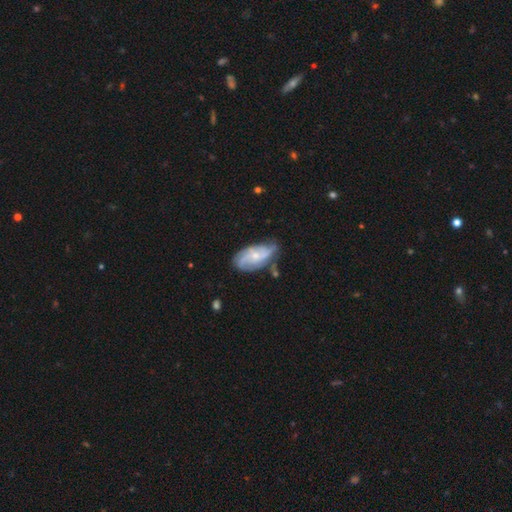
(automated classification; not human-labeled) This is likely a featured or disk galaxy (75%). It is clearly not viewed edge-on (96%). Bar: likely no (67%). Spiral arm pattern: clearly yes (93%). Spiral arm count: marginally 2 (34%). Spiral winding: marginally medium (42%). Central bulge: likely small (66%). Merging: possibly none (57%).